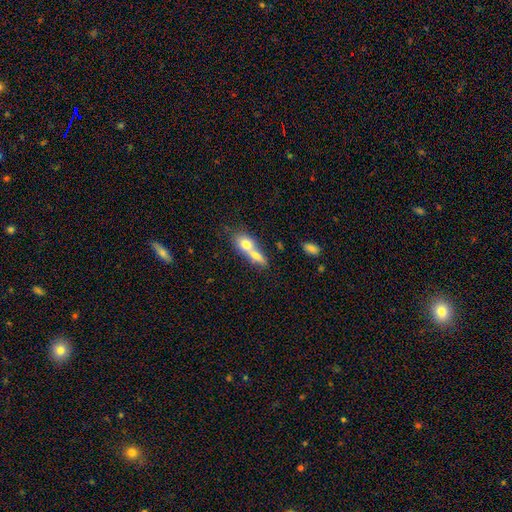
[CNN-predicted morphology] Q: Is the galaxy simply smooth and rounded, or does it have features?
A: smooth — 69%.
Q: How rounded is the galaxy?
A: in between — 58%.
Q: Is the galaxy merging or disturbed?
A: merger — 71%.